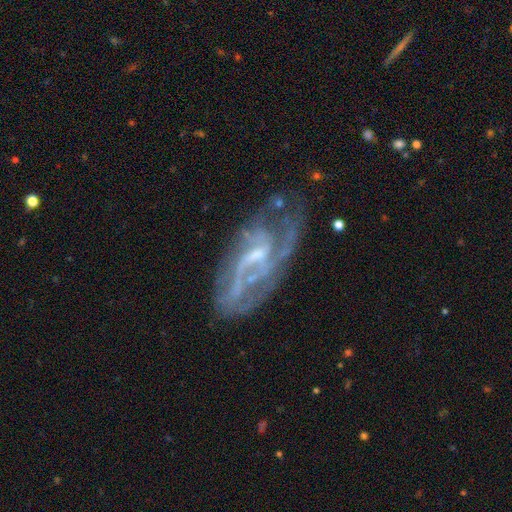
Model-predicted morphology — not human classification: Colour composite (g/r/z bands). It shows a featured or disk galaxy (84%) with a weak bar (50%), 2 (41%) medium (44%) spiral arms (90%) and a small central bulge (57%). Merging: none (59%).